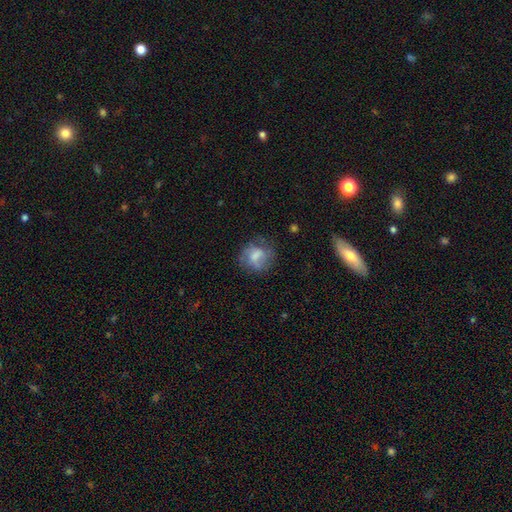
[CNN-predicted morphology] Smooth or featured: smooth — 59% (featured or disk — 32%)
How rounded: round — 68% (in between — 30%)
Merging: none — 56% (minor disturbance — 25%)